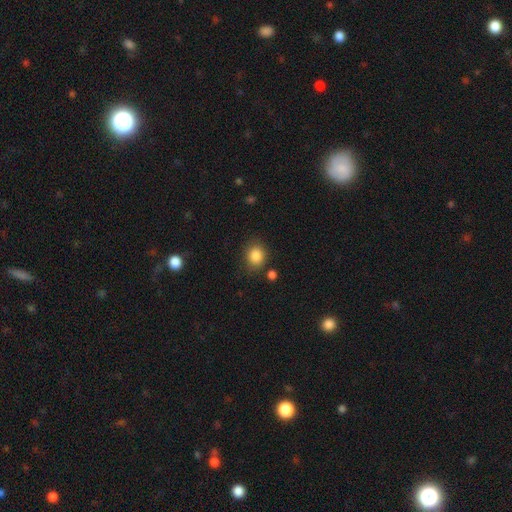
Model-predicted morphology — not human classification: A smooth galaxy with no disk features (86%) that is round (69%).

Vote fractions:
- Smooth or featured? smooth: 86% / star or artifact: 10% / featured or disk: 5%
- How rounded? round: 69% / in between: 30% / cigar-shaped: 1%
- Merging? none: 79% / minor disturbance: 13% / major disturbance: 4% / merger: 4%